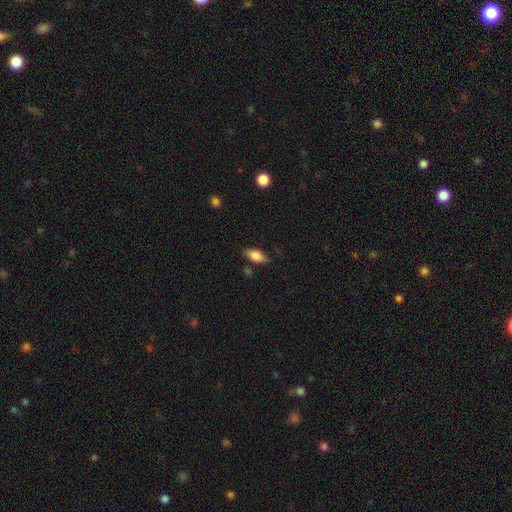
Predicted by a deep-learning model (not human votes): Smooth or featured? Predicted: smooth (p=0.82). How rounded? Predicted: in between (p=0.85). Merging? Predicted: none (p=0.79).